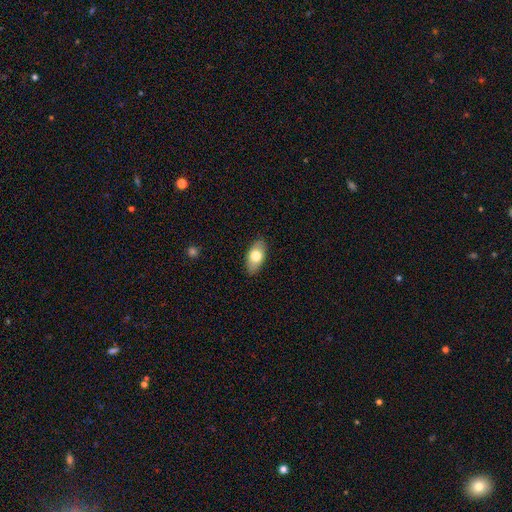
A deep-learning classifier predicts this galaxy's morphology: A smooth galaxy with no disk features (72%) that is in between round and cigar-shaped (92%).

Vote fractions:
- Smooth or featured? smooth: 72% / featured or disk: 22% / star or artifact: 6%
- How rounded? in between: 92% / round: 4% / cigar-shaped: 4%
- Merging? none: 87% / minor disturbance: 10% / major disturbance: 2% / merger: 1%